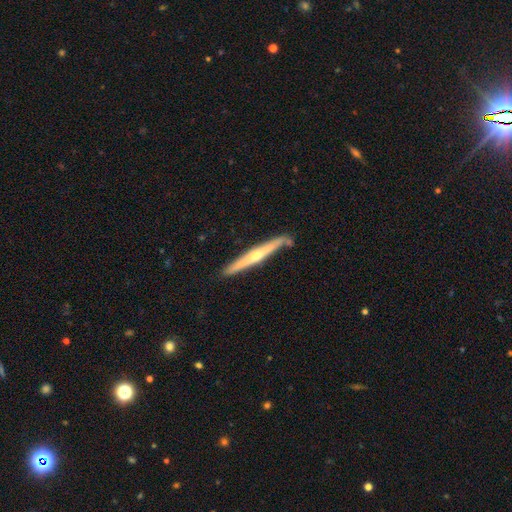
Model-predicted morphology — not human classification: Q: Smooth or featured?
A: featured or disk (65%); runner-up: smooth (30%)
Q: Edge-on disk?
A: yes (97%); runner-up: no (3%)
Q: Edge-on bulge?
A: rounded (77%); runner-up: none (19%)
Q: Merging?
A: none (82%); runner-up: minor disturbance (12%)